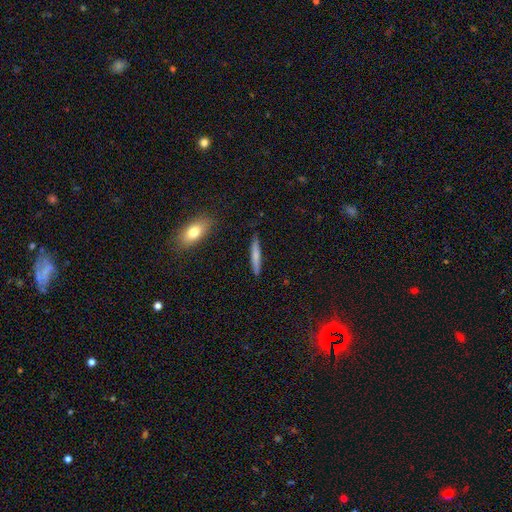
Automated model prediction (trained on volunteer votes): Morphology: type=smooth (72%); roundness=cigar-shaped (91%); merging=none (85%).